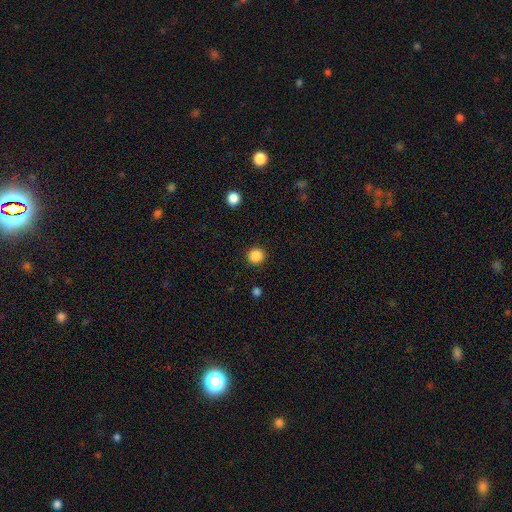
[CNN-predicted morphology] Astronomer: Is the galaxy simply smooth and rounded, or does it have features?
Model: smooth — 87%.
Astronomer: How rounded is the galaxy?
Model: round — 94%.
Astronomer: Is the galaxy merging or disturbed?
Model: none — 91%.